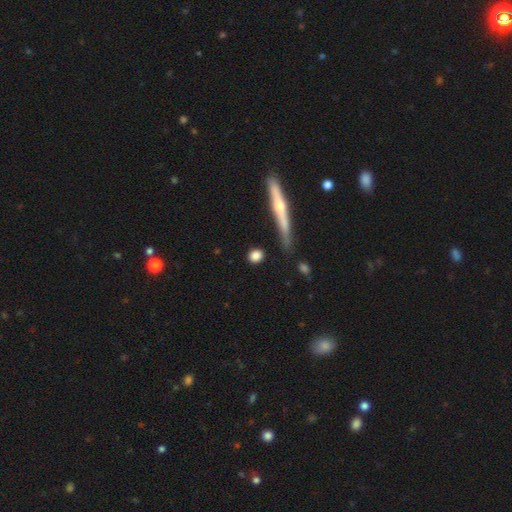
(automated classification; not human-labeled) smooth_or_featured: smooth (p=0.82) [alt: featured or disk p=0.10]
how_rounded: round (p=0.67) [alt: in between p=0.24]
merging: none (p=0.85) [alt: minor disturbance p=0.09]